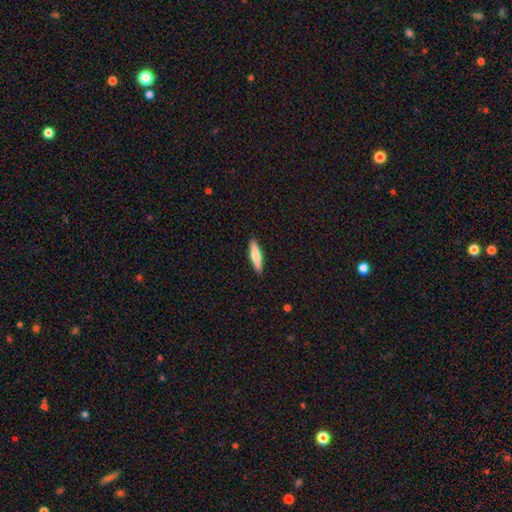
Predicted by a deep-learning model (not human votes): Smooth or featured?
  - smooth: 67% *
  - featured or disk: 27%
  - star or artifact: 5%
How rounded?
  - cigar-shaped: 82% *
  - in between: 17%
  - round: 1%
Merging?
  - none: 91% *
  - minor disturbance: 7%
  - major disturbance: 1%
  - merger: 1%